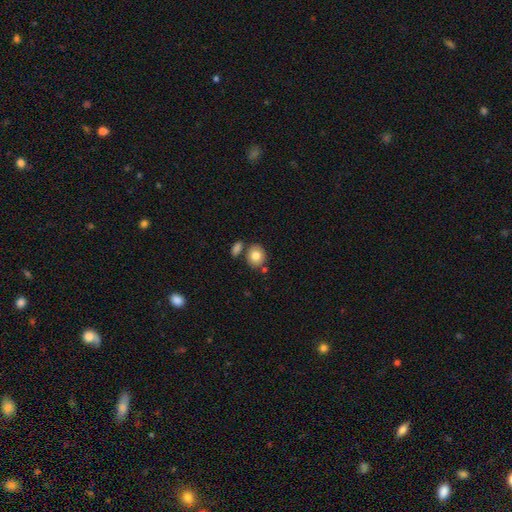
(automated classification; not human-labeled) Morphology: type=smooth (81%); roundness=round (64%); merging=none (69%).